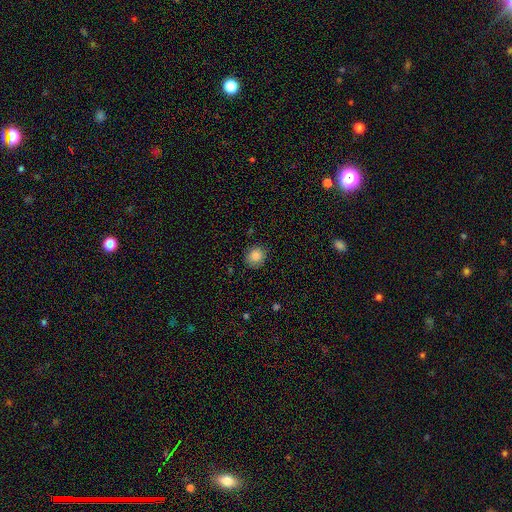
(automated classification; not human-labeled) A smooth galaxy with no disk features (86%) that is round (86%). Merging: none (86%).